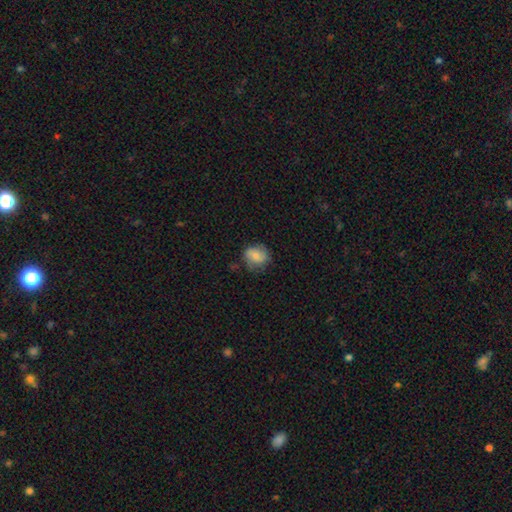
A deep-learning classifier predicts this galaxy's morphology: smooth 70%, featured or disk 22%, star or artifact 8%. Down the decision tree: how rounded — round (76%); merging — none (69%).